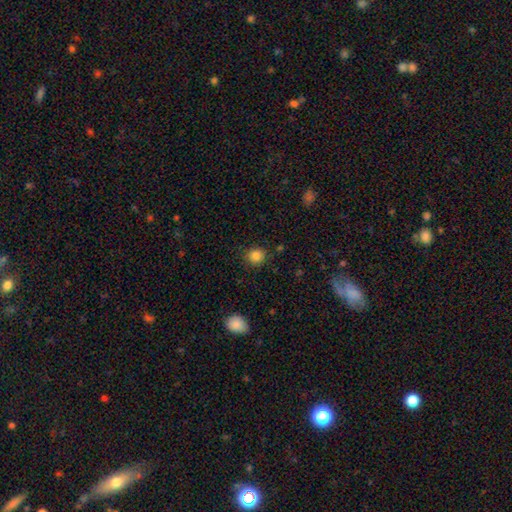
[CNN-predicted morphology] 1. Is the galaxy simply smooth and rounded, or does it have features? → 85% smooth, 11% star or artifact, 4% featured or disk.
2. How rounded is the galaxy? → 86% round, 13% in between, 1% cigar-shaped.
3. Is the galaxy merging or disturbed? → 87% none, 9% minor disturbance, 3% major disturbance, 2% merger.